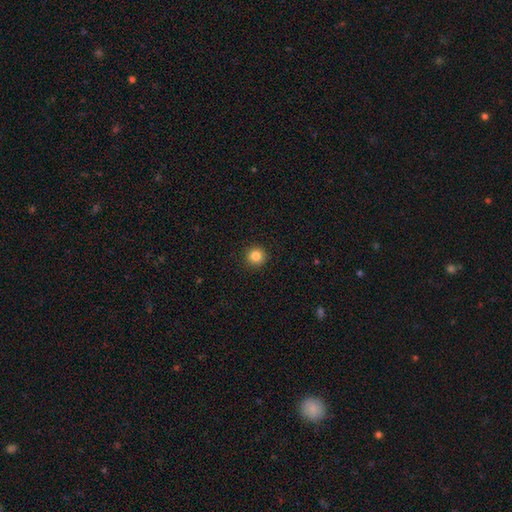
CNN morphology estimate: smooth-or-featured: smooth: 84% | star or artifact: 11% | featured or disk: 5%
  how-rounded: round: 94% | in between: 5% | cigar-shaped: 1%
  merging: none: 92% | minor disturbance: 5% | major disturbance: 2% | merger: 1%